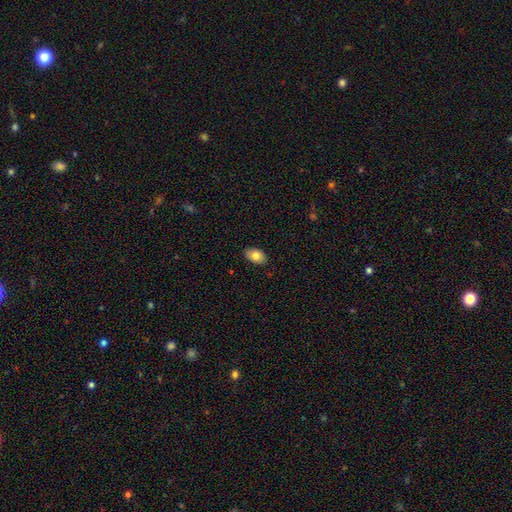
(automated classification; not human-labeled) Morphology: type=smooth (81%); roundness=in between (90%); merging=none (87%).